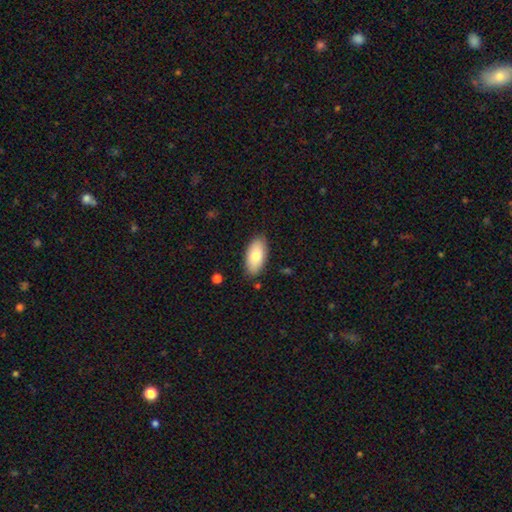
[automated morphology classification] Smooth or featured? Predicted: smooth (p=0.79). How rounded? Predicted: in between (p=0.93). Merging? Predicted: none (p=0.85).